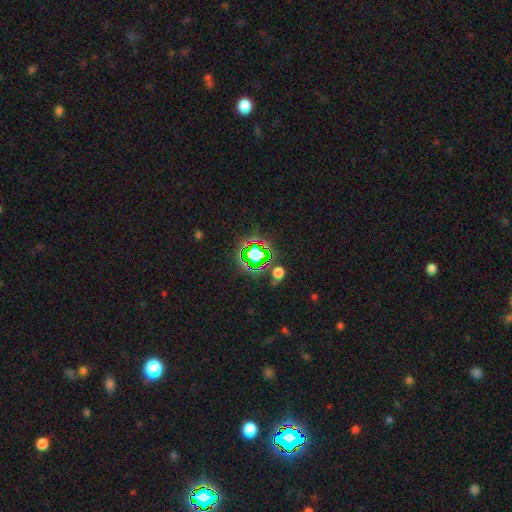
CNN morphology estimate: A star or artifact, not a galaxy (68%).